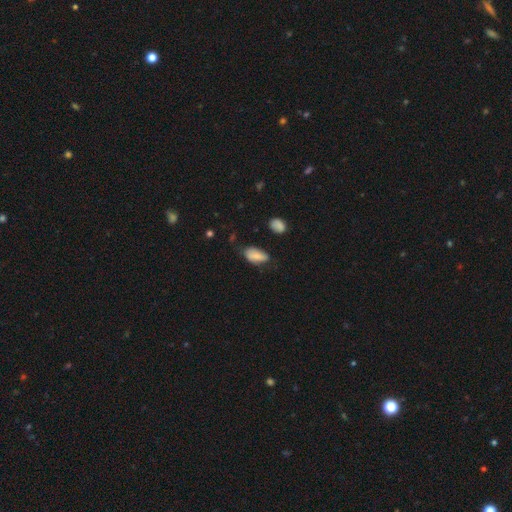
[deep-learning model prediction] Smooth or featured? smooth (81%)
How rounded? in between (91%)
Merging? none (54%)